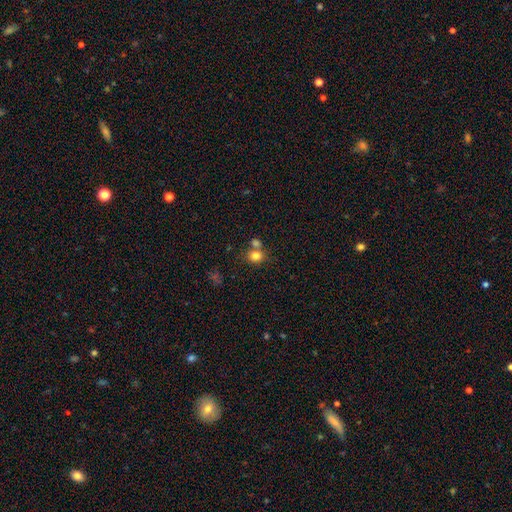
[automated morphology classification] smooth 81%, star or artifact 12%, featured or disk 8%. Down the decision tree: how rounded — round (65%); merging — none (55%).